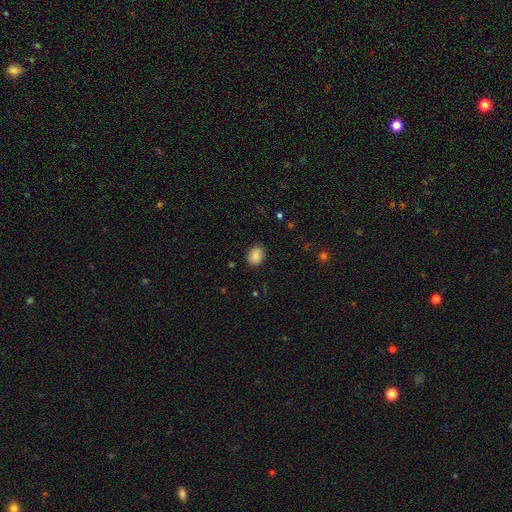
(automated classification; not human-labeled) Smooth or featured?
  - smooth: 86% *
  - star or artifact: 9%
  - featured or disk: 5%
How rounded?
  - round: 53% *
  - in between: 46%
  - cigar-shaped: 1%
Merging?
  - none: 84% *
  - minor disturbance: 12%
  - major disturbance: 3%
  - merger: 1%